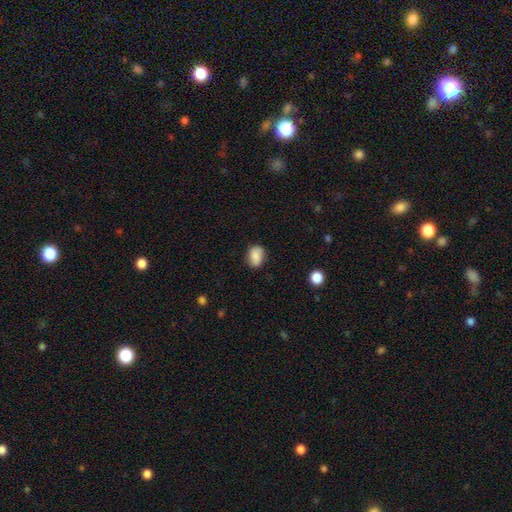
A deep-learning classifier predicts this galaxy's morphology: Q: Smooth or featured?
A: smooth (83%); runner-up: star or artifact (9%)
Q: How rounded?
A: in between (69%); runner-up: round (29%)
Q: Merging?
A: none (76%); runner-up: minor disturbance (19%)